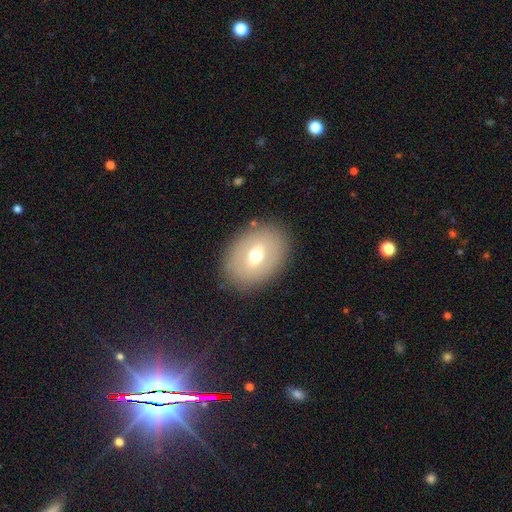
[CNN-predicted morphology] smooth_or_featured: smooth (p=0.56) [alt: featured or disk p=0.35]
how_rounded: in between (p=0.70) [alt: round p=0.29]
merging: none (p=0.84) [alt: minor disturbance p=0.10]